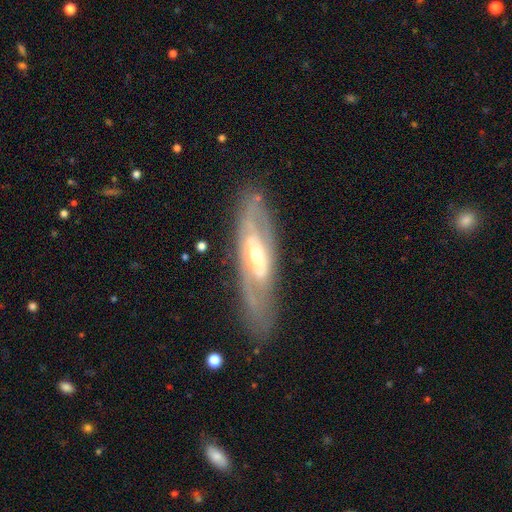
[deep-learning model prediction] A featured or disk galaxy (79%) with no bar (47%), spiral arms (67%) and a moderate central bulge (52%). Merging: none (80%).